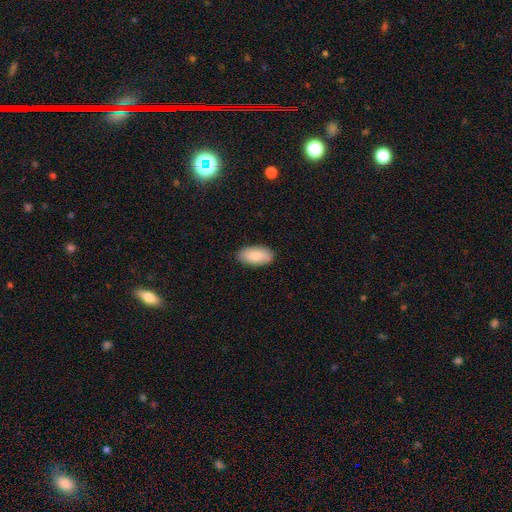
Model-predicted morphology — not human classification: A smooth galaxy with no disk features (84%) that is in between round and cigar-shaped (95%).

Vote fractions:
- Smooth or featured? smooth: 84% / featured or disk: 10% / star or artifact: 6%
- How rounded? in between: 95% / cigar-shaped: 3% / round: 2%
- Merging? none: 88% / minor disturbance: 9% / major disturbance: 2% / merger: 1%